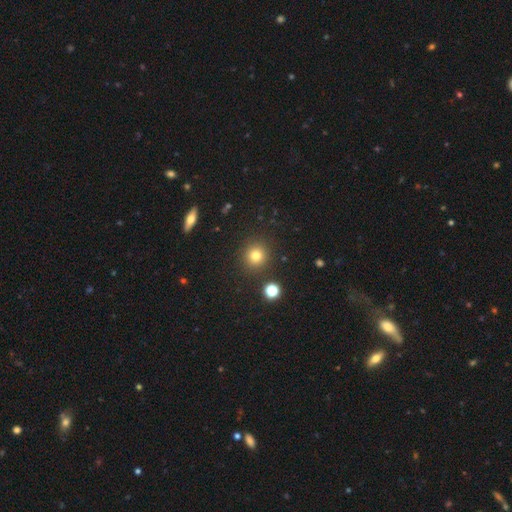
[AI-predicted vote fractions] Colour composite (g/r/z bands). It shows a smooth galaxy with no disk features (77%) that is round (92%). Merging: none (89%).